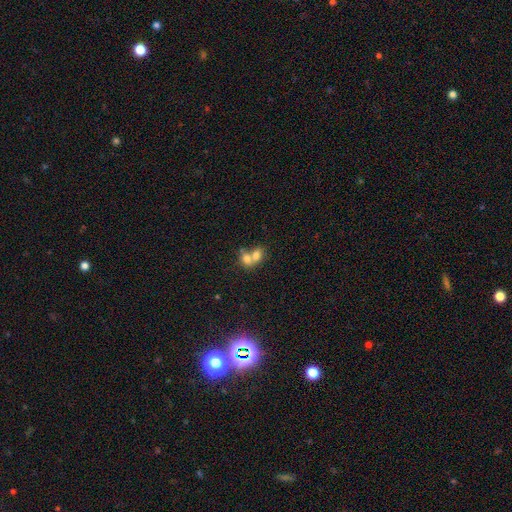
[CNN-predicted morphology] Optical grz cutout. It shows a smooth galaxy with no disk features (72%) that is in between round and cigar-shaped (53%). Merging: merger (74%).